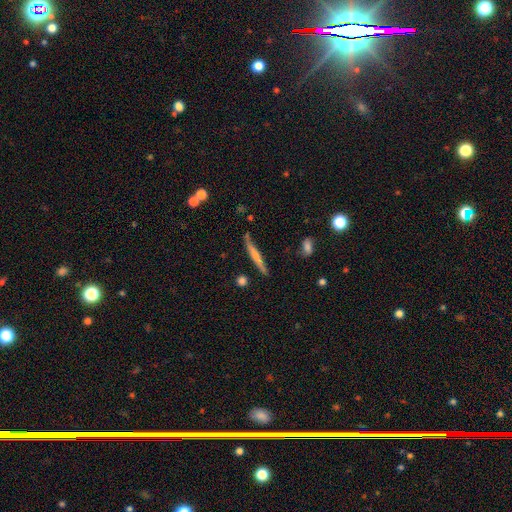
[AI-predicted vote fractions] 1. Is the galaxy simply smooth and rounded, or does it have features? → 50% smooth, 44% featured or disk, 6% star or artifact.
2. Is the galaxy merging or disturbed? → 81% none, 13% minor disturbance, 3% merger, 3% major disturbance.